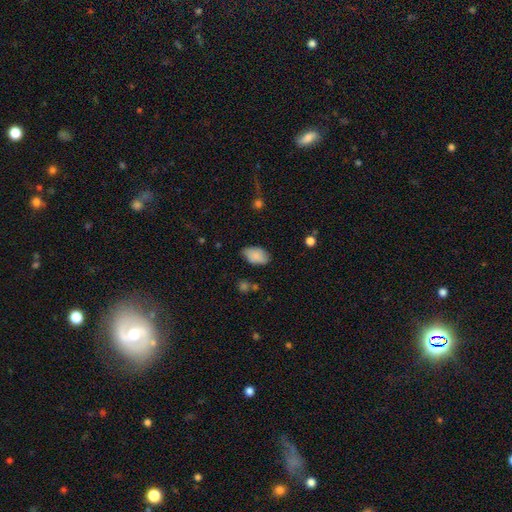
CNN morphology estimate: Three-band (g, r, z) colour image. It shows a smooth galaxy with no disk features (85%) that is in between round and cigar-shaped (92%). Merging: none (69%).